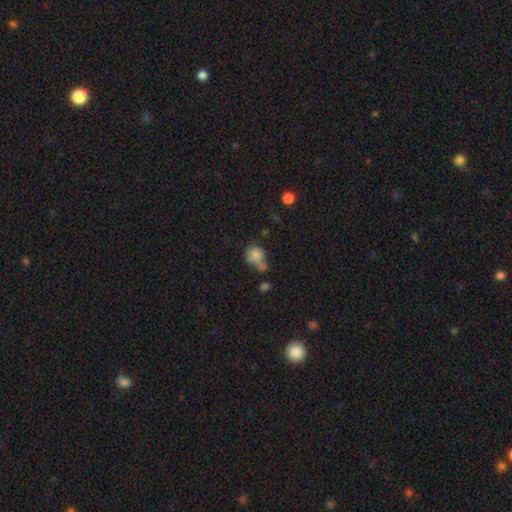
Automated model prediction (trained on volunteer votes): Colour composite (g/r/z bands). It shows a smooth galaxy with no disk features (81%) that is round (81%). Merging: none (44%).